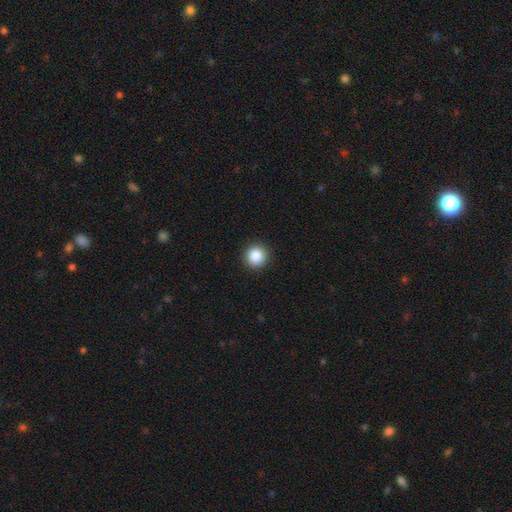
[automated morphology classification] Smooth or featured: smooth — 87% (star or artifact — 10%)
How rounded: round — 94% (in between — 5%)
Merging: none — 92% (minor disturbance — 5%)